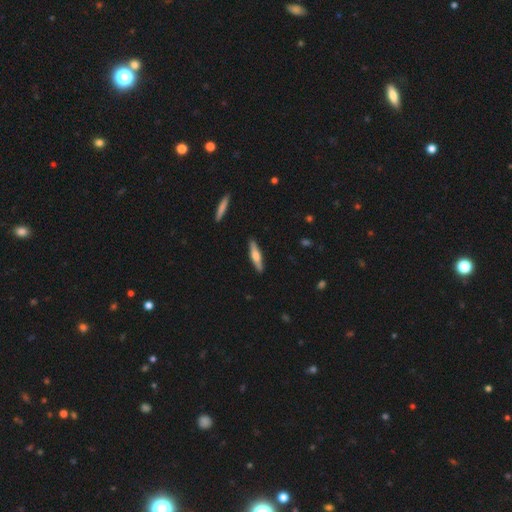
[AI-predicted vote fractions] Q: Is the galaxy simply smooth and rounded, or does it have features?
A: smooth — 49%.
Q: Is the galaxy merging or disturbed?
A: none — 90%.